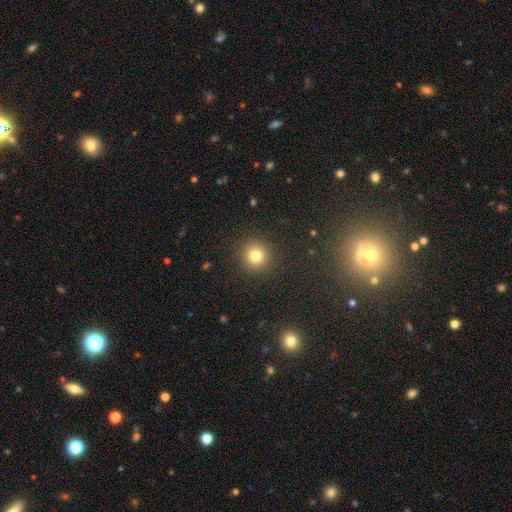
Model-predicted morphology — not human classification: Overall: smooth (79%). How rounded: round (94%). Merging: none (90%).